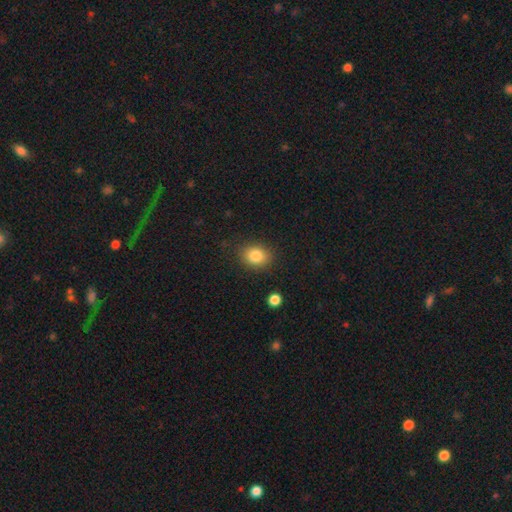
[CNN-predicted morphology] Smooth or featured: smooth — 83% (star or artifact — 10%)
How rounded: round — 53% (in between — 46%)
Merging: none — 85% (minor disturbance — 10%)